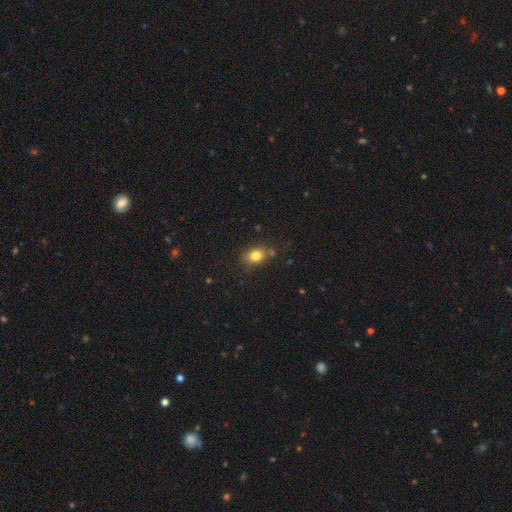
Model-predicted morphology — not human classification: Smooth or featured? Predicted: smooth (p=0.81). How rounded? Predicted: round (p=0.49, tied with in between). Merging? Predicted: none (p=0.74).